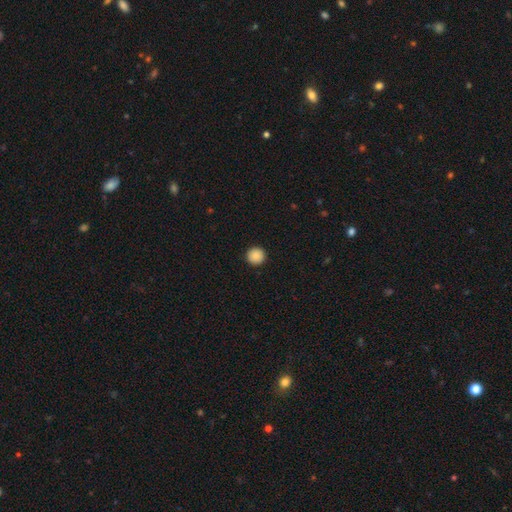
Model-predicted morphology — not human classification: Q: Smooth or featured?
A: smooth (88%); runner-up: star or artifact (9%)
Q: How rounded?
A: round (96%); runner-up: in between (3%)
Q: Merging?
A: none (94%); runner-up: minor disturbance (4%)